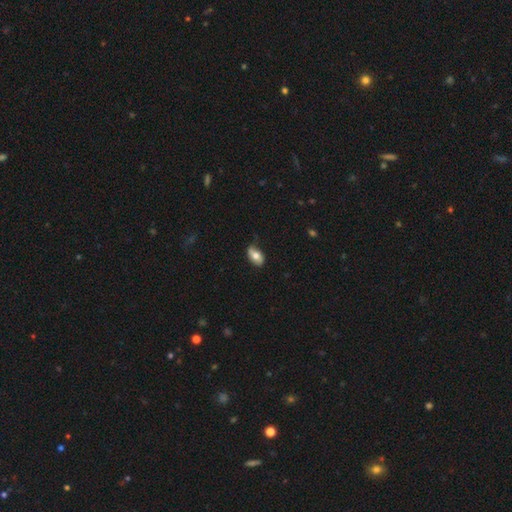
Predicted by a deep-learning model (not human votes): Smooth or featured: smooth — 66% (featured or disk — 27%)
How rounded: in between — 91% (round — 7%)
Merging: none — 65% (minor disturbance — 28%)